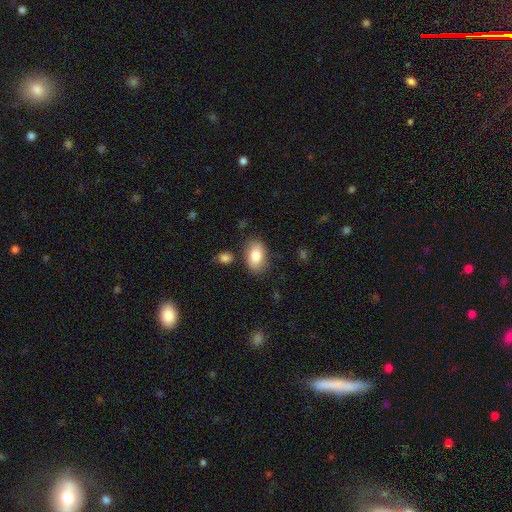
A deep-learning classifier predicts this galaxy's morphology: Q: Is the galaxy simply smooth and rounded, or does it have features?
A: smooth — 83%.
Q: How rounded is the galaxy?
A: in between — 87%.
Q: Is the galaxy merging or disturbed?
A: none — 79%.